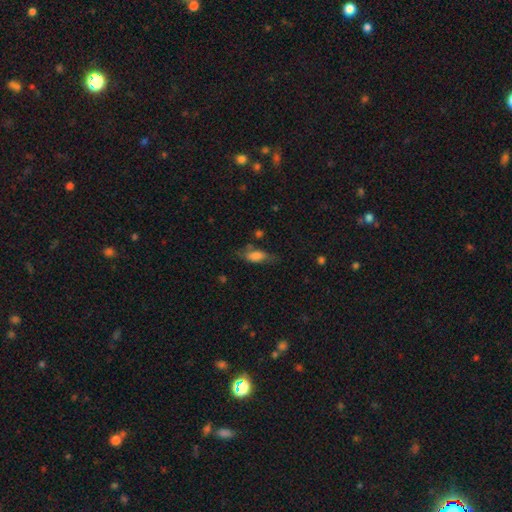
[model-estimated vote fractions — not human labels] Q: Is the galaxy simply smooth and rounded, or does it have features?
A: smooth — 77%.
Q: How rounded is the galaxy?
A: in between — 78%.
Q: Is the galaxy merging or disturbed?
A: none — 56%.